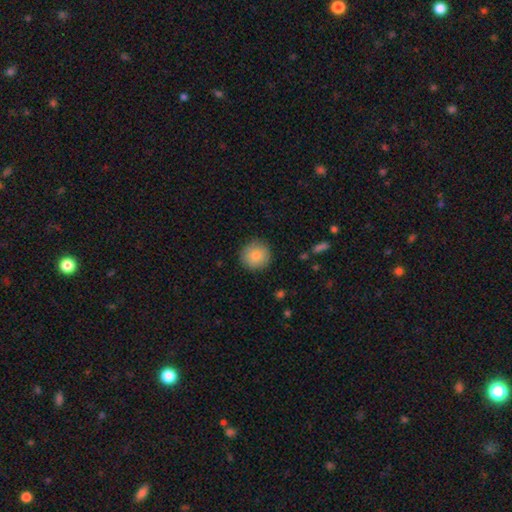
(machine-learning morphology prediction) This is clearly a smooth galaxy (85%). How rounded: clearly round (94%). Merging: clearly none (89%).